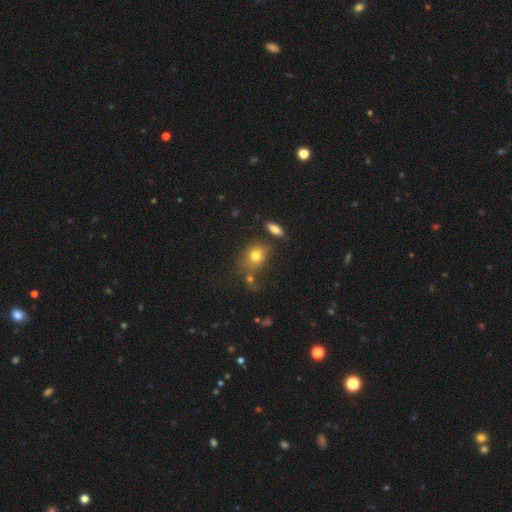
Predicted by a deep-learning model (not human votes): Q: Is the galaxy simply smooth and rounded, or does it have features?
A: smooth — 76%.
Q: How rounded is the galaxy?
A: round — 54%.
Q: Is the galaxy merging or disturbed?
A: none — 54%.